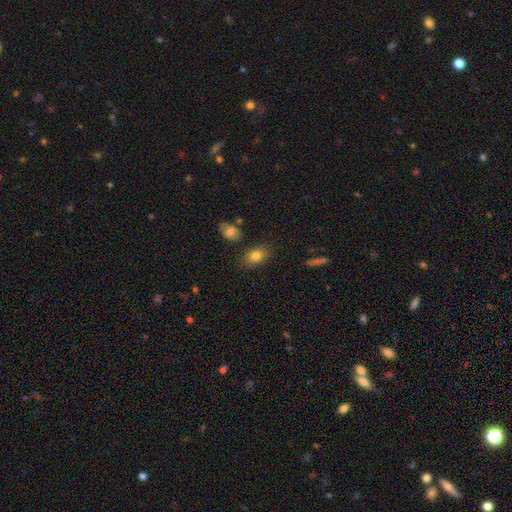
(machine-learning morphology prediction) This is clearly a smooth galaxy (81%). How rounded: clearly in between (83%). Merging: clearly none (80%).